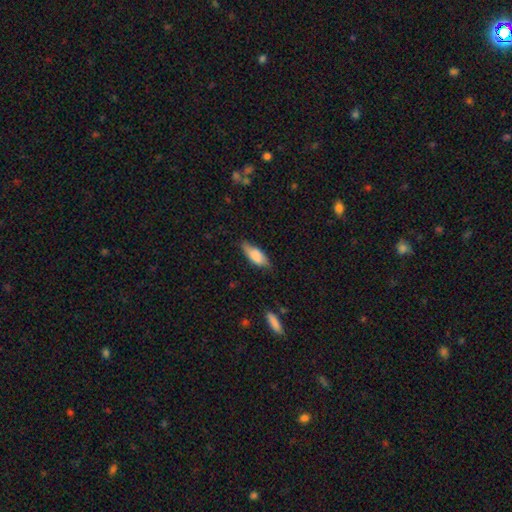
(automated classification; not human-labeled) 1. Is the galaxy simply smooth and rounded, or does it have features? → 81% smooth, 12% featured or disk, 6% star or artifact.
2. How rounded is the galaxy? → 76% in between, 22% cigar-shaped, 2% round.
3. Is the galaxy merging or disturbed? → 69% none, 25% minor disturbance, 5% major disturbance, 1% merger.